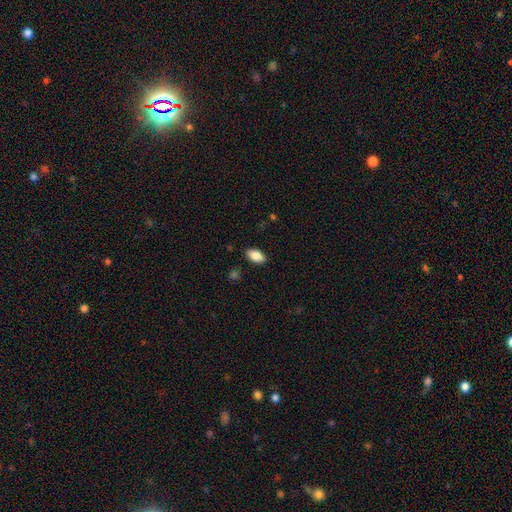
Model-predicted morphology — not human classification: Q: Smooth or featured?
A: smooth (86%); runner-up: star or artifact (7%)
Q: How rounded?
A: in between (93%); runner-up: round (4%)
Q: Merging?
A: none (88%); runner-up: minor disturbance (9%)